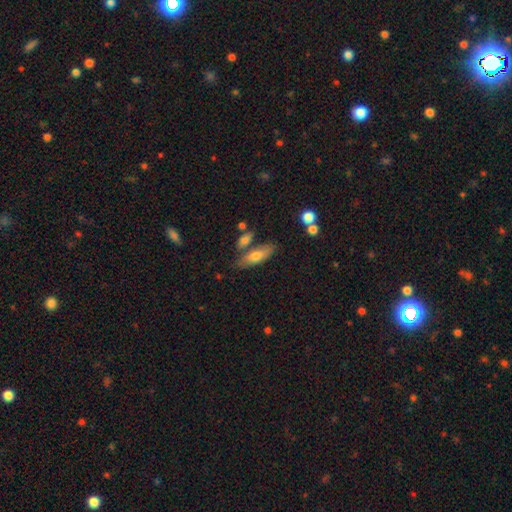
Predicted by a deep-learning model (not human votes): Overall: smooth (69%). How rounded: in between (63%; cigar-shaped 34%). Merging: none (62%).